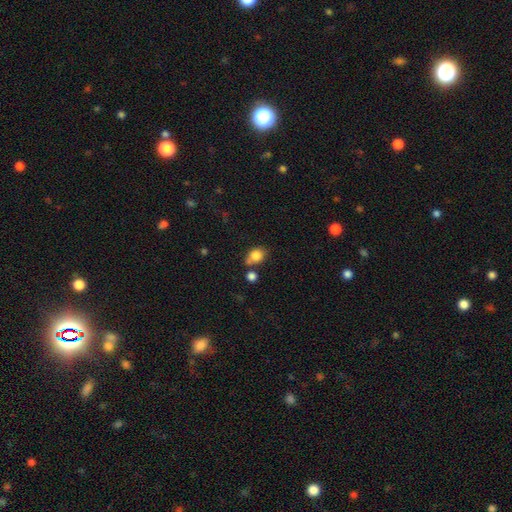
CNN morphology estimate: smooth-or-featured: smooth: 83% | star or artifact: 10% | featured or disk: 7%
  how-rounded: in between: 50% | round: 49% | cigar-shaped: 1%
  merging: none: 54% | merger: 24% | minor disturbance: 17% | major disturbance: 5%